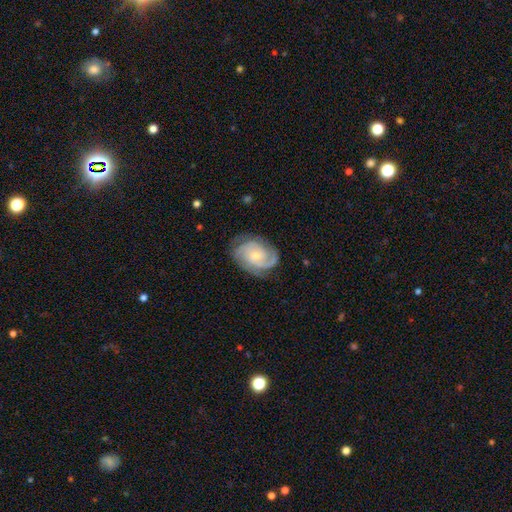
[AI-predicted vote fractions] This is clearly a featured or disk galaxy (83%). It is clearly not viewed edge-on (97%). Bar: likely no (66%). Spiral arm pattern: clearly yes (97%). Spiral arm count: marginally 2 (39%). Spiral winding: possibly tight (52%). Central bulge: possibly small (57%). Merging: likely none (74%).